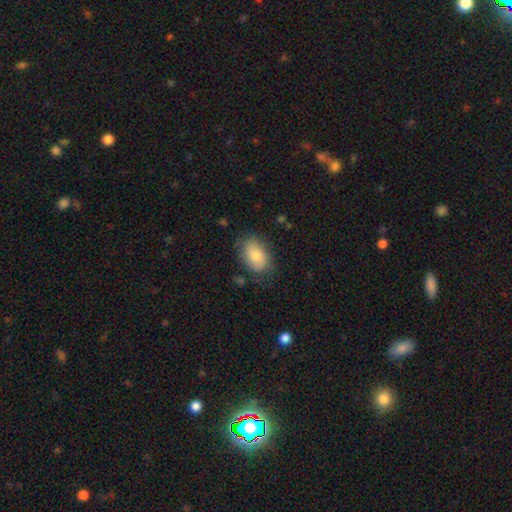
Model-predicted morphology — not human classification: The model was most divided on "merging": none: 72%, minor disturbance: 20%, major disturbance: 6%, merger: 2%. More confident: how rounded — in between (88%); smooth or featured — smooth (81%).